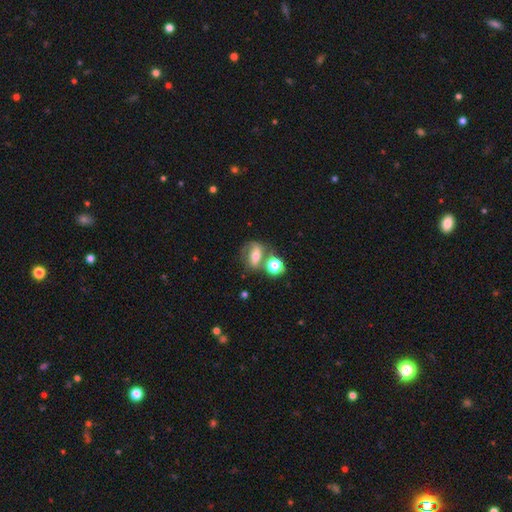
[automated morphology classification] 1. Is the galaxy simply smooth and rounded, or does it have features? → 48% smooth, 38% featured or disk, 13% star or artifact.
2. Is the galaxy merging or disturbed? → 47% none, 29% merger, 15% minor disturbance, 9% major disturbance.